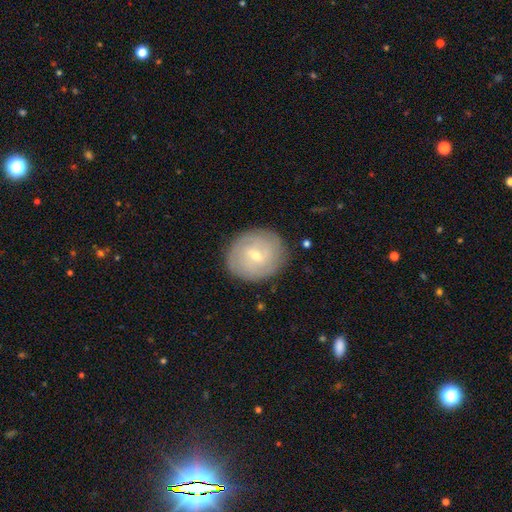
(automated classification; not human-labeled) A featured or disk galaxy (61%) with a weak bar (55%), spiral arms (76%) and a small central bulge (60%).

Vote fractions:
- Smooth or featured? featured or disk: 61% / smooth: 31% / star or artifact: 8%
- Edge-on disk? no: 96% / yes: 4%
- Bar? weak: 55% / no: 32% / strong: 13%
- Spiral arms? yes: 76% / no: 24%
- Bulge size? small: 60% / moderate: 37% / large: 1% / none: 1% / dominant: 1%
- Merging? none: 85% / minor disturbance: 11% / major disturbance: 3% / merger: 1%